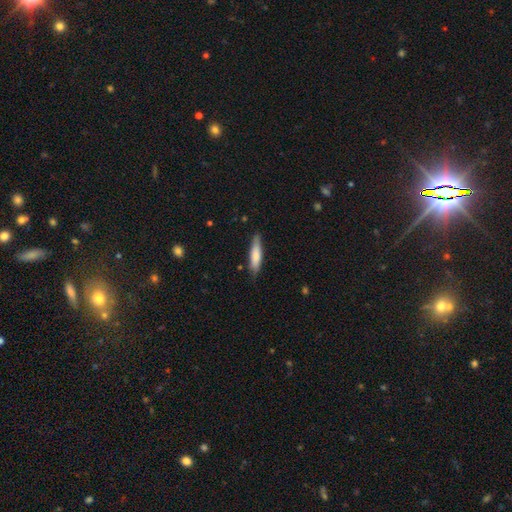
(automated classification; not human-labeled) This is likely a smooth galaxy (75%). How rounded: likely cigar-shaped (77%). Merging: likely none (80%).